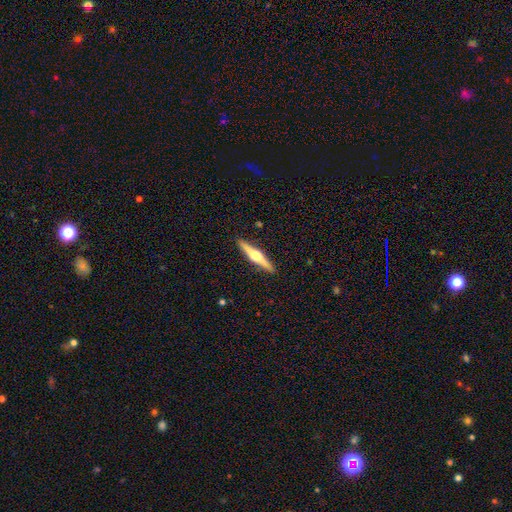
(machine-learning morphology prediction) smooth-or-featured: featured or disk: 71% | smooth: 24% | star or artifact: 5%
  disk-edge-on: yes: 98% | no: 2%
    edge-on-bulge: rounded: 94% | boxy: 4% | none: 2%
  merging: none: 91% | minor disturbance: 7% | major disturbance: 1% | merger: 1%